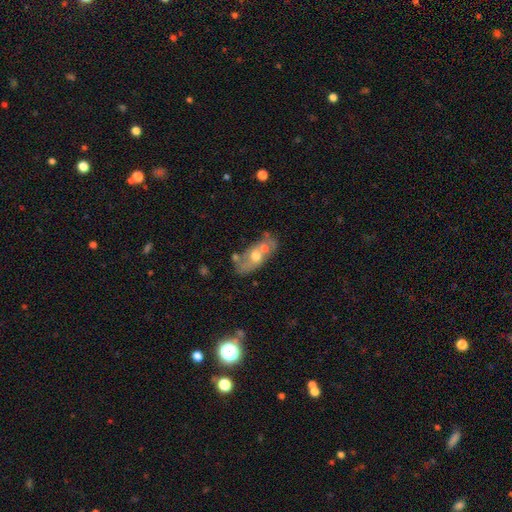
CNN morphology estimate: A smooth galaxy with no disk features (46%, tied with featured or disk).

Vote fractions:
- Smooth or featured? smooth: 46% (tied) / featured or disk: 46% (tied) / star or artifact: 8%
- Merging? merger: 45% / none: 29% / minor disturbance: 16% / major disturbance: 10%